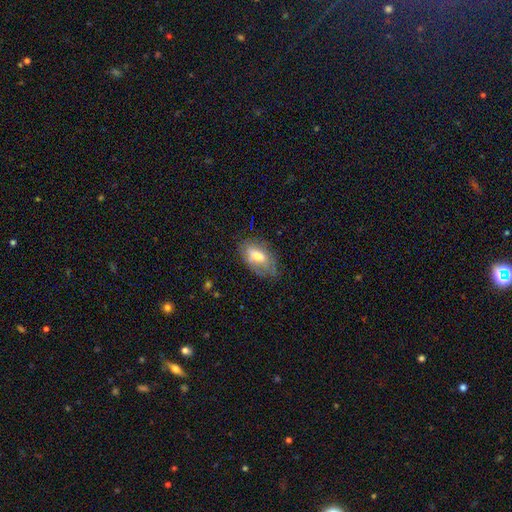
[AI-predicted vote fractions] Smooth or featured?
  - smooth: 57% *
  - featured or disk: 35%
  - star or artifact: 9%
How rounded?
  - in between: 91% *
  - round: 5%
  - cigar-shaped: 4%
Merging?
  - none: 62% *
  - minor disturbance: 27%
  - major disturbance: 10%
  - merger: 2%